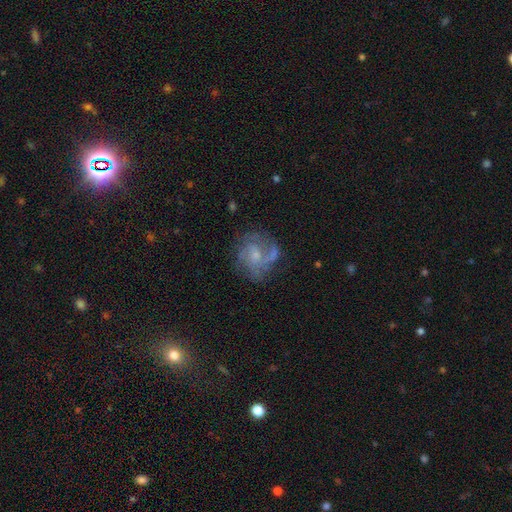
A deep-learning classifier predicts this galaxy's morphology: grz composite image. It shows a featured or disk galaxy (72%) with no bar (62%), can't tell (29%, tied with 2) medium (45%) spiral arms (84%) and a small central bulge (50%). Merging: none (57%).